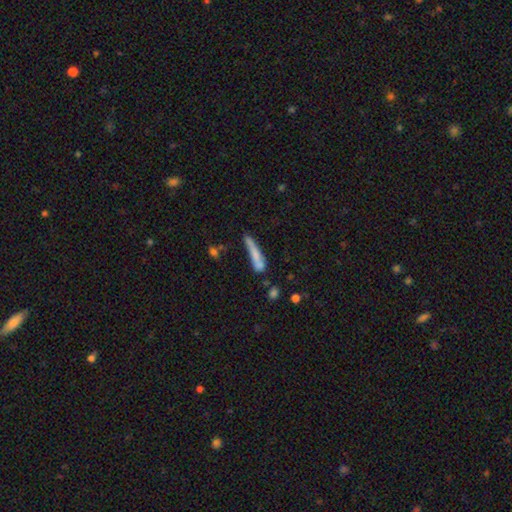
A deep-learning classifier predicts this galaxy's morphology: A smooth galaxy with no disk features (66%) that is cigar-shaped (87%). Merging: none (46%).